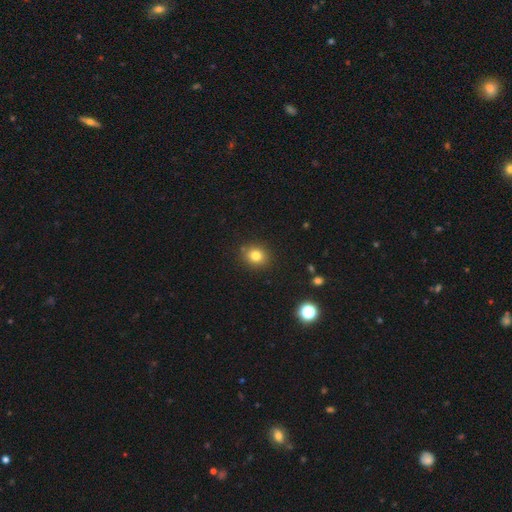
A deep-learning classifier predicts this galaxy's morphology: Smooth or featured? Predicted: smooth (p=0.80). How rounded? Predicted: round (p=0.74). Merging? Predicted: none (p=0.87).